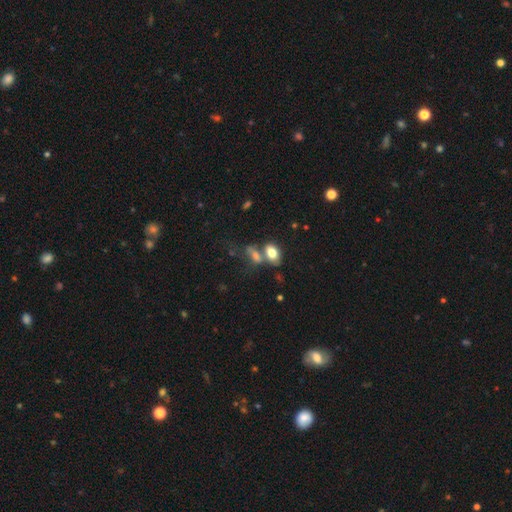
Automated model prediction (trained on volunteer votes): Smooth or featured: smooth — 74% (featured or disk — 15%)
How rounded: in between — 83% (round — 12%)
Merging: merger — 44% (none — 34%)